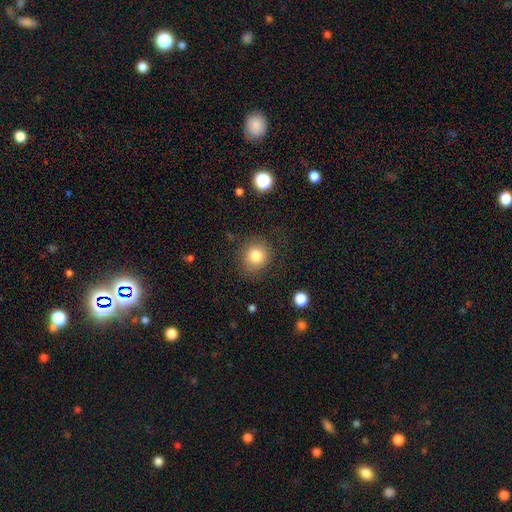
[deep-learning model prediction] smooth-or-featured: smooth: 82% | star or artifact: 10% | featured or disk: 8%
  how-rounded: round: 82% | in between: 17% | cigar-shaped: 1%
  merging: none: 82% | minor disturbance: 12% | major disturbance: 5% | merger: 2%